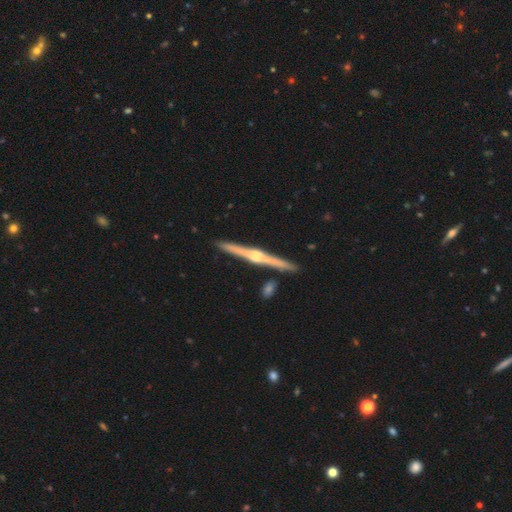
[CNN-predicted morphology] A featured or disk galaxy (83%) viewed edge-on (99%) with a rounded central bulge (91%).

Vote fractions:
- Smooth or featured? featured or disk: 83% / smooth: 13% / star or artifact: 5%
- Edge-on disk? yes: 99% / no: 1%
- Edge-on bulge? rounded: 91% / boxy: 5% / none: 4%
- Merging? none: 89% / minor disturbance: 6% / merger: 4% / major disturbance: 1%